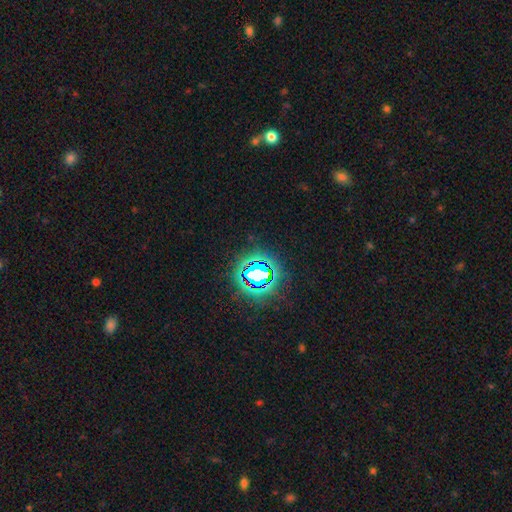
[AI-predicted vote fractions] A star or artifact, not a galaxy (79%).

Vote fractions:
- Smooth or featured? star or artifact: 79% / smooth: 13% / featured or disk: 9%